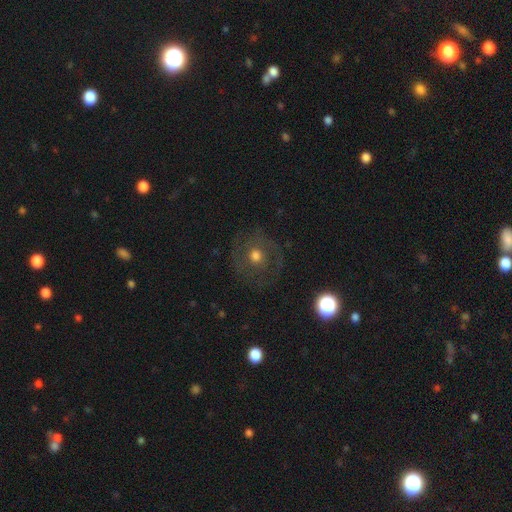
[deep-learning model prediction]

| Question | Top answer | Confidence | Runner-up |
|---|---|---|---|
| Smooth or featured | featured or disk | 46% | smooth (41%) |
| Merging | none | 76% | minor disturbance (13%) |